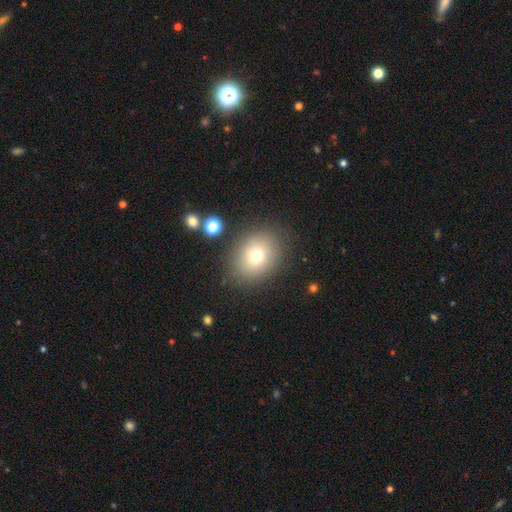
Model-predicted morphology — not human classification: The model was most divided on "how rounded": round: 51%, in between: 48%, cigar-shaped: 1%. More confident: merging — none (82%); smooth or featured — smooth (73%).